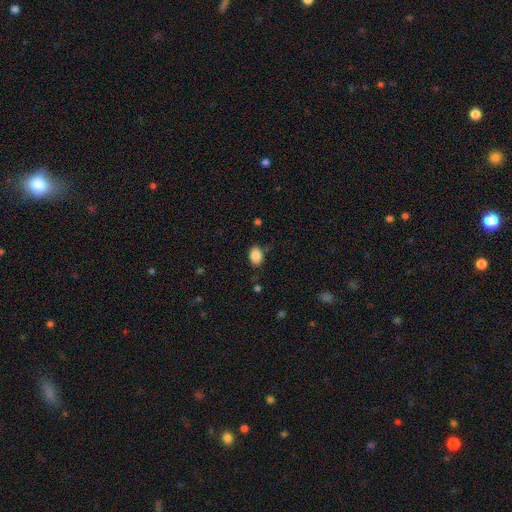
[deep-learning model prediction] Overall: smooth (88%). How rounded: in between (83%). Merging: none (75%).